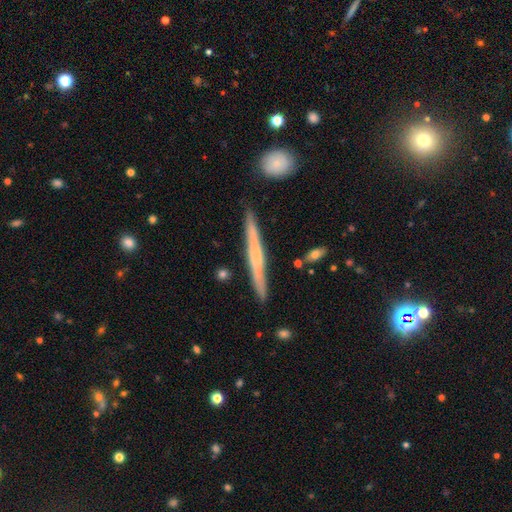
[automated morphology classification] This appears to be a featured or disk galaxy (56%) viewed edge-on (96%) with no central bulge (62%). Merging: none (86%).